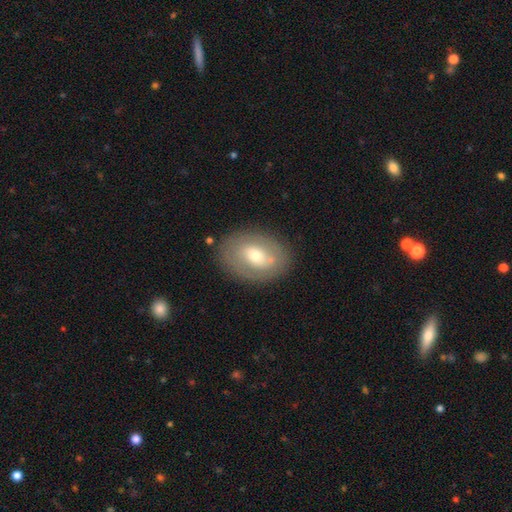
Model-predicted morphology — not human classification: type=featured or disk (47%); merging=none (82%).